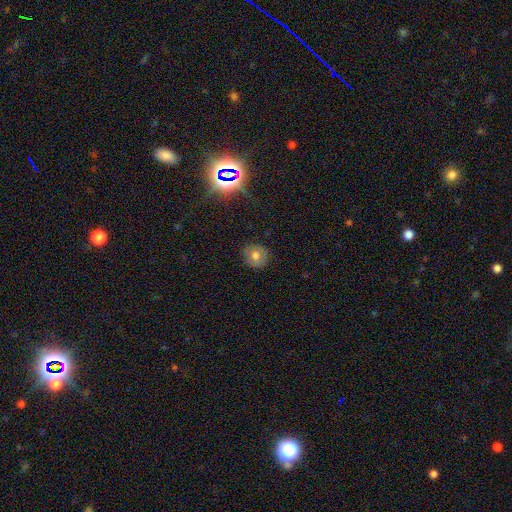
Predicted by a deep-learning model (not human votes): Smooth or featured? Predicted: smooth (p=0.68). How rounded? Predicted: round (p=0.83). Merging? Predicted: none (p=0.85).